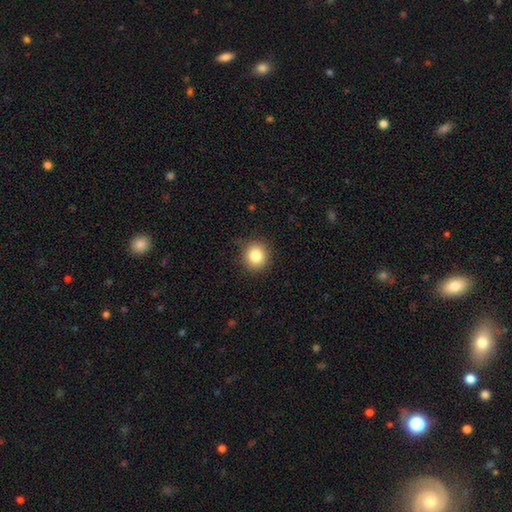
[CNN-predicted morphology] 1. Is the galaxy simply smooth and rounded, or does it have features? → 83% smooth, 10% star or artifact, 7% featured or disk.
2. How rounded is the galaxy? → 90% round, 10% in between, 1% cigar-shaped.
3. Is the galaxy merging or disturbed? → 88% none, 9% minor disturbance, 2% major disturbance, 1% merger.